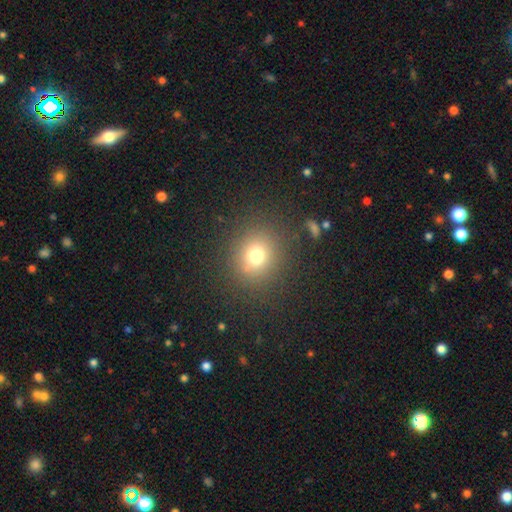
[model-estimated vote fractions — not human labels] A smooth galaxy with no disk features (73%) that is round (82%). Merging: none (86%).